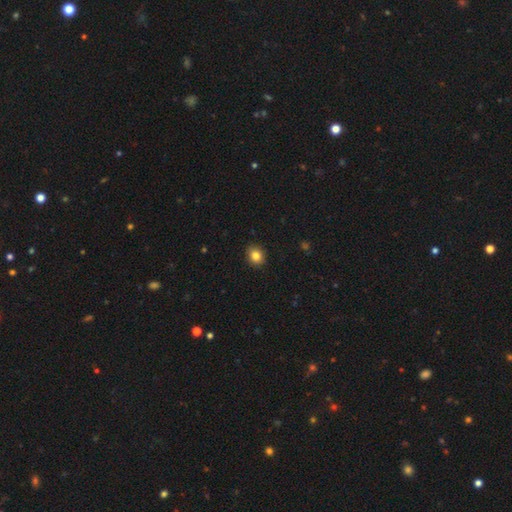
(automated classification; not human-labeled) Q: Smooth or featured?
A: smooth (84%); runner-up: star or artifact (10%)
Q: How rounded?
A: round (66%); runner-up: in between (33%)
Q: Merging?
A: none (90%); runner-up: minor disturbance (7%)